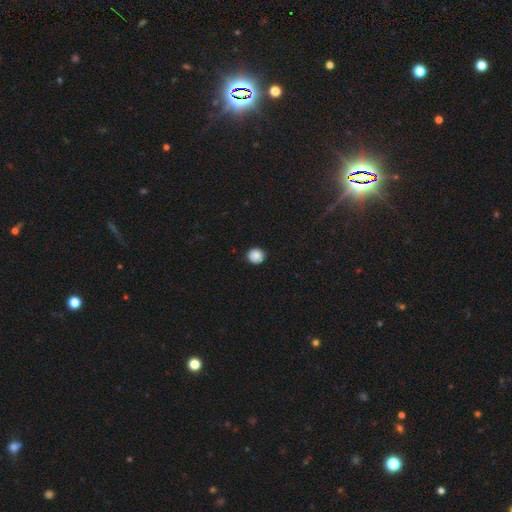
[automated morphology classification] smooth 88%, star or artifact 9%, featured or disk 3%. Down the decision tree: how rounded — round (89%); merging — none (91%).